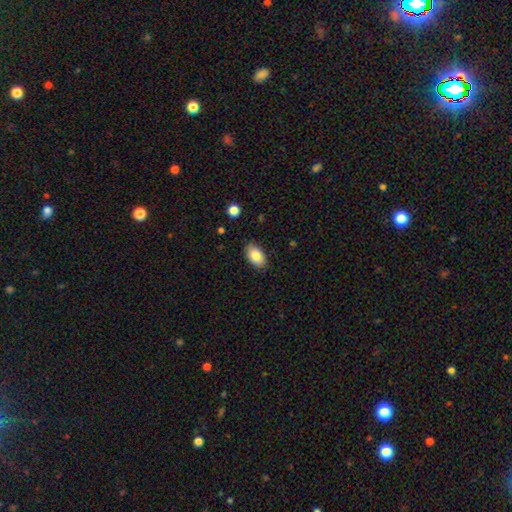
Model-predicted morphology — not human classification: The model was most divided on "smooth or featured": smooth: 84%, featured or disk: 9%, star or artifact: 7%. More confident: how rounded — in between (93%); merging — none (87%).